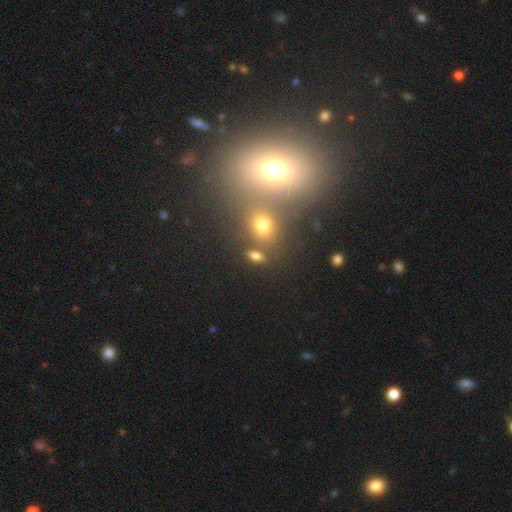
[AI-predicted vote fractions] smooth-or-featured: smooth: 67% | star or artifact: 18% | featured or disk: 14%
  how-rounded: in between: 72% | round: 16% | cigar-shaped: 12%
  merging: none: 77% | minor disturbance: 10% | merger: 9% | major disturbance: 4%